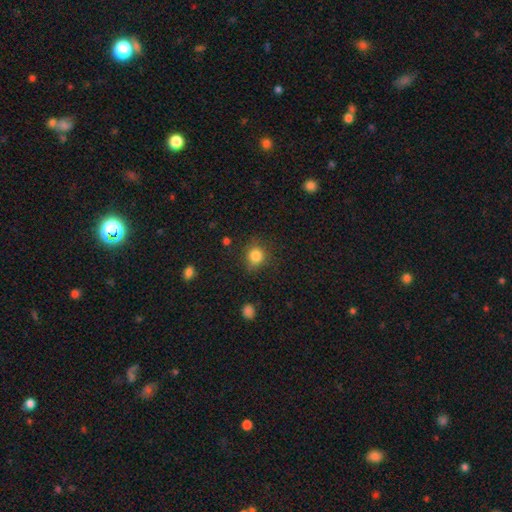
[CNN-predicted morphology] smooth_or_featured: smooth (p=0.82) [alt: star or artifact p=0.12]
how_rounded: round (p=0.83) [alt: in between p=0.16]
merging: none (p=0.76) [alt: minor disturbance p=0.18]